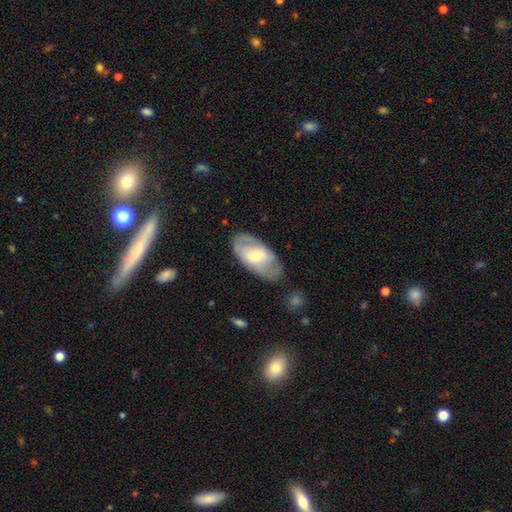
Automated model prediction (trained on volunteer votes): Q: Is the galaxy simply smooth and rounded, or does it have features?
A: featured or disk — 55%.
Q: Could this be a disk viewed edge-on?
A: no — 90%.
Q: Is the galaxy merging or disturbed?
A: none — 74%.